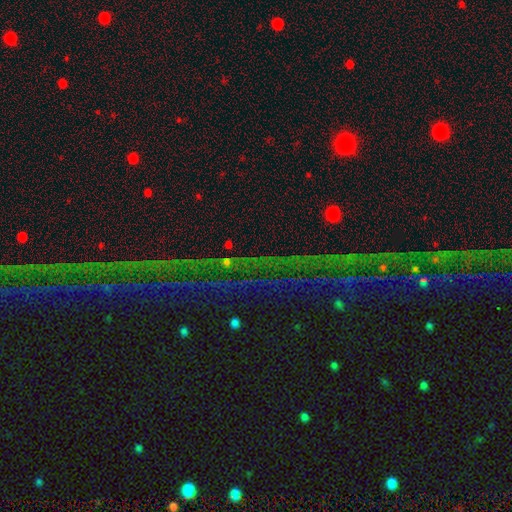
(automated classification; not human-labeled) This is likely a star or artifact rather than a galaxy (78%).